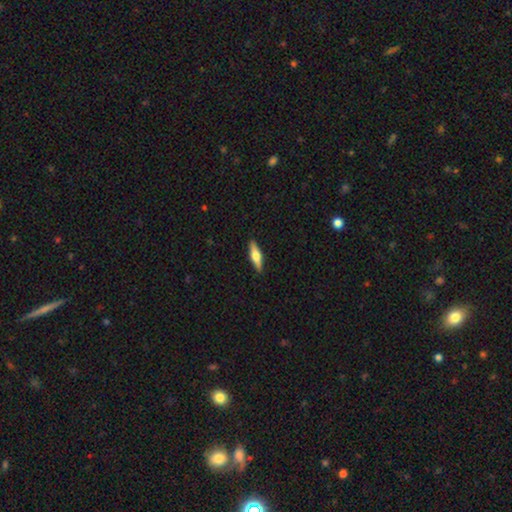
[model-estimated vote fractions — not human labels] Q: Smooth or featured?
A: smooth (48%); runner-up: featured or disk (46%)
Q: Merging?
A: none (90%); runner-up: minor disturbance (7%)